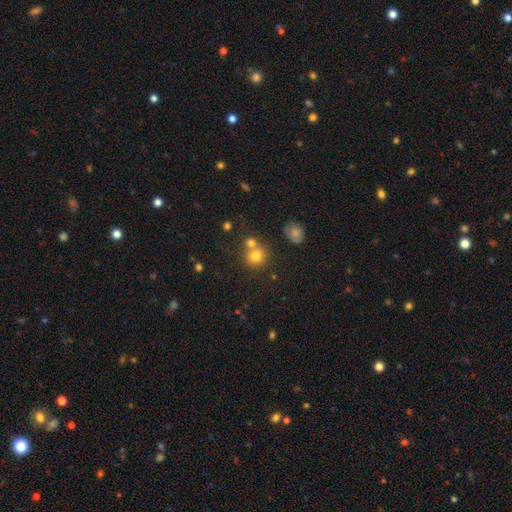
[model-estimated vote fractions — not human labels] A smooth galaxy with no disk features (76%) that is round (86%). Merging: none (57%).